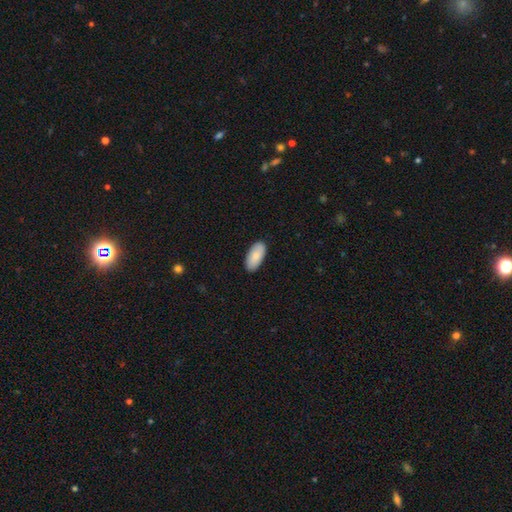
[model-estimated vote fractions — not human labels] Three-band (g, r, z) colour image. It shows a smooth galaxy with no disk features (84%) that is in between round and cigar-shaped (93%). Merging: none (88%).